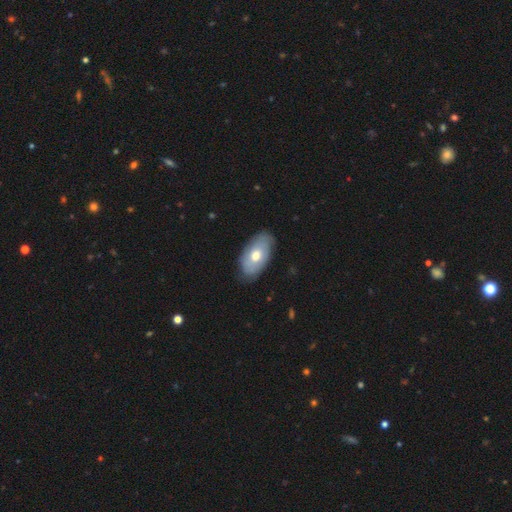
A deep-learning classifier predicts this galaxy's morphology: Q: Smooth or featured?
A: smooth (56%); runner-up: featured or disk (39%)
Q: How rounded?
A: in between (94%); runner-up: round (4%)
Q: Merging?
A: none (78%); runner-up: minor disturbance (18%)